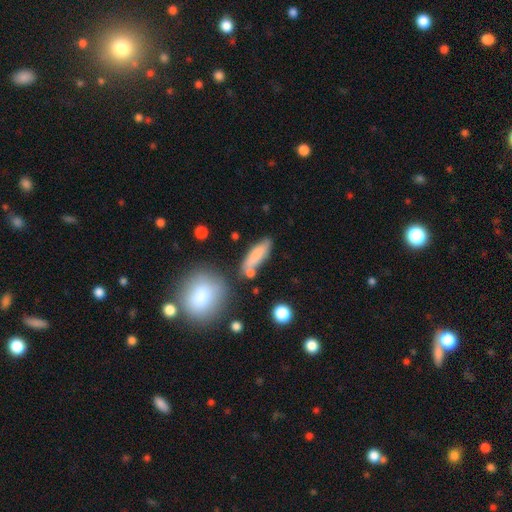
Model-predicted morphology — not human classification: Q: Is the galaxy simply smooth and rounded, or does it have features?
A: smooth — 79%.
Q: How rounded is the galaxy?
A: cigar-shaped — 52%.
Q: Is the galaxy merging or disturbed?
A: none — 67%.